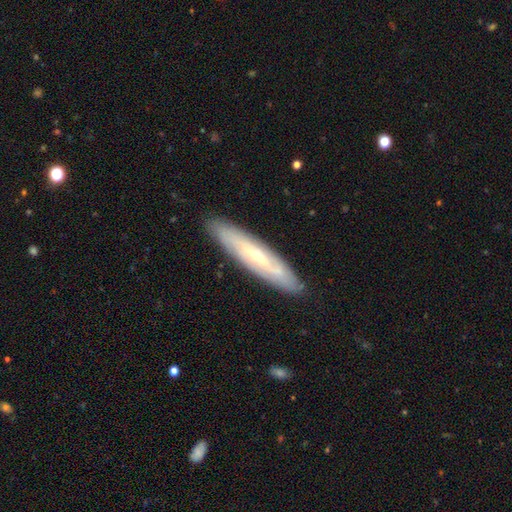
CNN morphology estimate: A featured or disk galaxy (62%) with not edge-on (50%, tied with yes).

Vote fractions:
- Smooth or featured? featured or disk: 62% / smooth: 32% / star or artifact: 6%
- Edge-on disk? no: 50% (tied) / yes: 50% (tied)
- Merging? none: 87% / minor disturbance: 10% / major disturbance: 2% / merger: 1%